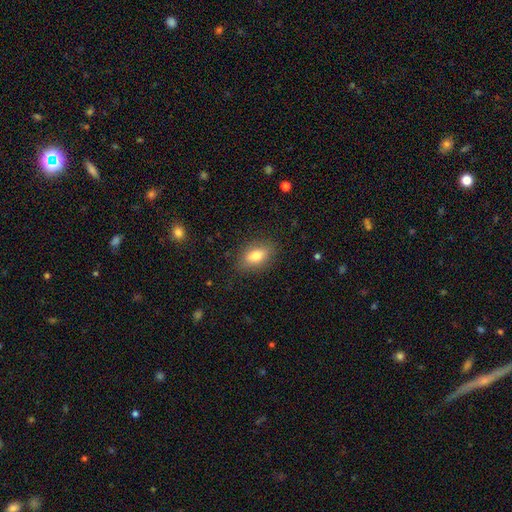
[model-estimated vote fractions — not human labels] Smooth or featured: smooth — 78% (featured or disk — 14%)
How rounded: in between — 84% (round — 9%)
Merging: none — 83% (minor disturbance — 12%)